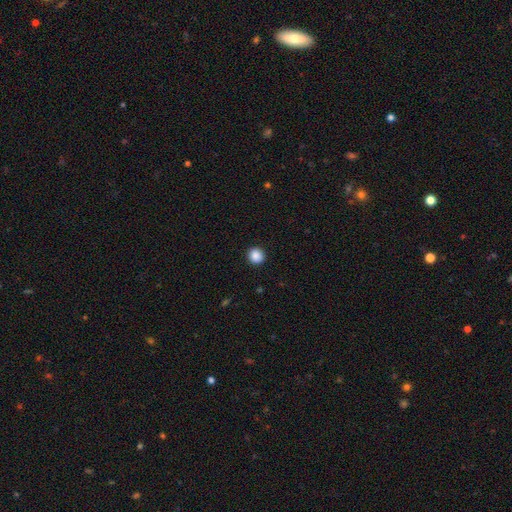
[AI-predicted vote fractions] Smooth or featured? Predicted: smooth (p=0.88). How rounded? Predicted: round (p=0.91). Merging? Predicted: none (p=0.93).